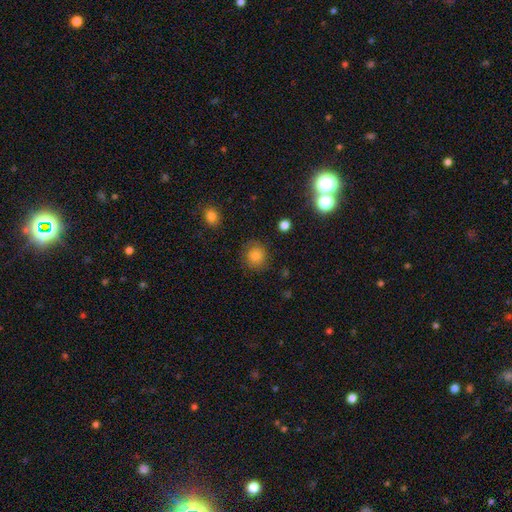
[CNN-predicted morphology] The model was most divided on "smooth or featured": smooth: 79%, star or artifact: 12%, featured or disk: 9%. More confident: how rounded — round (87%); merging — none (83%).